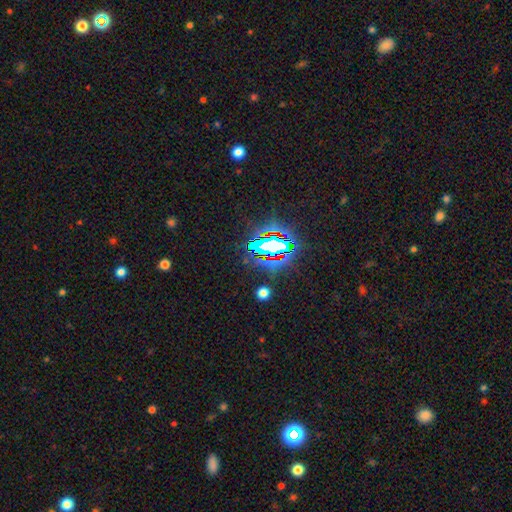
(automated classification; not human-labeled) Q: Smooth or featured?
A: star or artifact (84%); runner-up: smooth (9%)